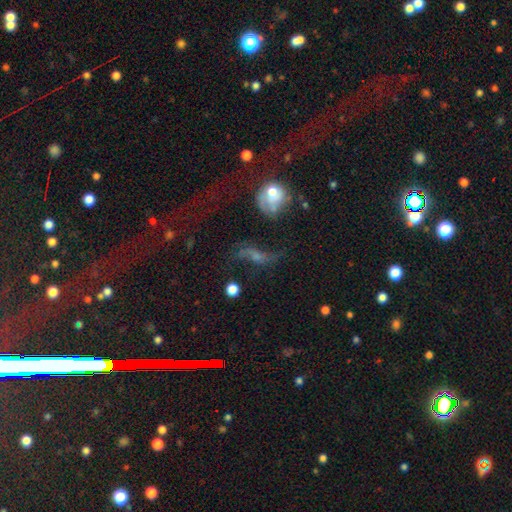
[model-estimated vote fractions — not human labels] featured or disk 52%, smooth 28%, star or artifact 20%. Down the decision tree: edge-on disk — no (85%); merging — none (44%).